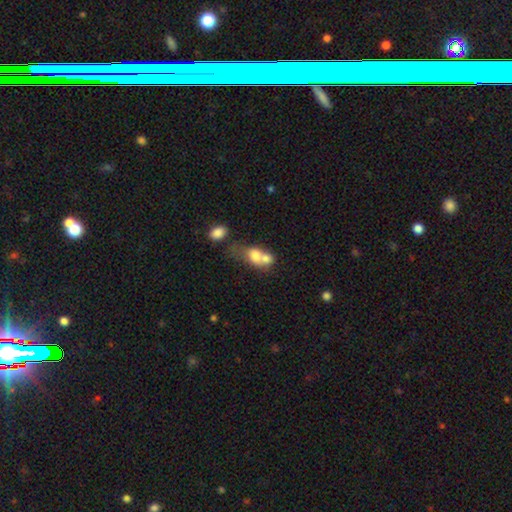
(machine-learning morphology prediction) Smooth or featured?
  - smooth: 70% *
  - featured or disk: 21%
  - star or artifact: 9%
How rounded?
  - in between: 62% *
  - round: 34%
  - cigar-shaped: 4%
Merging?
  - merger: 69% *
  - none: 16%
  - minor disturbance: 8%
  - major disturbance: 7%